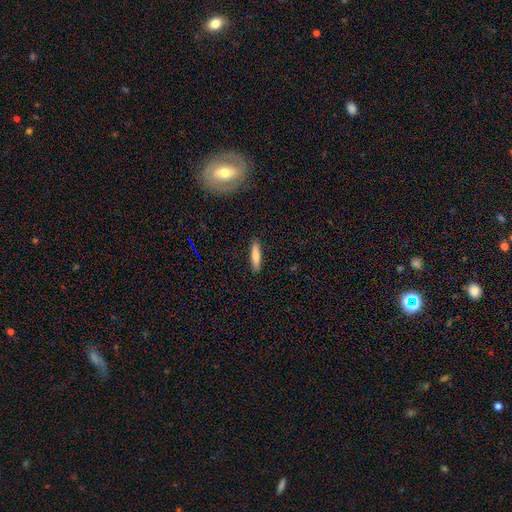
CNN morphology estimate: Smooth or featured? Predicted: smooth (p=0.77). How rounded? Predicted: cigar-shaped (p=0.78). Merging? Predicted: none (p=0.89).